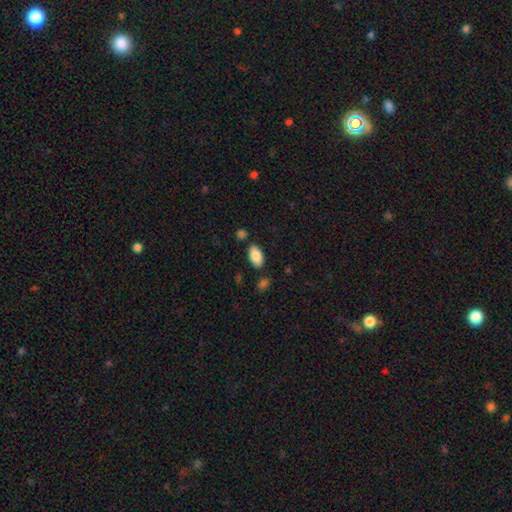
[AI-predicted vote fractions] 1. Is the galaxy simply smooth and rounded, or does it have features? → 86% smooth, 7% featured or disk, 7% star or artifact.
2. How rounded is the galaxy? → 94% in between, 3% round, 3% cigar-shaped.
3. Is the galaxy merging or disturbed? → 82% none, 11% minor disturbance, 5% merger, 3% major disturbance.